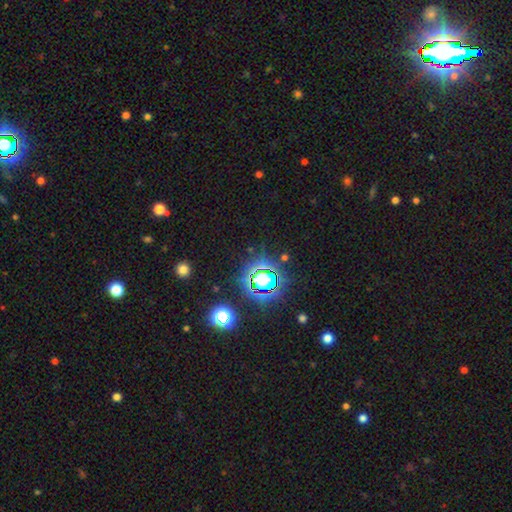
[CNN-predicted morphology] Smooth or featured? Predicted: star or artifact (p=0.83).